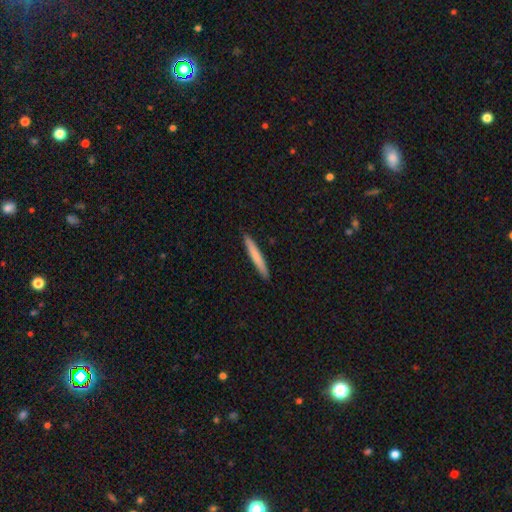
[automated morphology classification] Smooth or featured?
  - smooth: 74% *
  - featured or disk: 21%
  - star or artifact: 5%
How rounded?
  - cigar-shaped: 96% *
  - in between: 3%
  - round: 1%
Merging?
  - none: 92% *
  - minor disturbance: 6%
  - major disturbance: 1%
  - merger: 1%